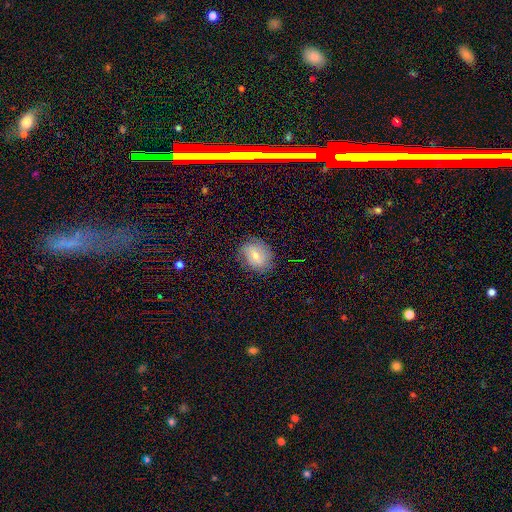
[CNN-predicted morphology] smooth 49%, featured or disk 42%, star or artifact 8%. Down the decision tree: merging — none (76%).